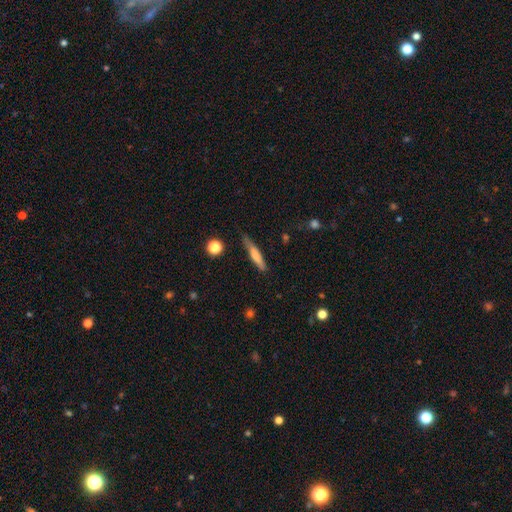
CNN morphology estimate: Overall: smooth (65%; featured or disk 28%). How rounded: cigar-shaped (88%). Merging: none (73%).